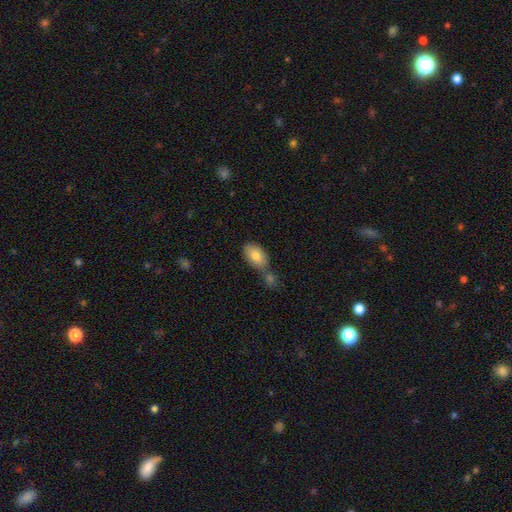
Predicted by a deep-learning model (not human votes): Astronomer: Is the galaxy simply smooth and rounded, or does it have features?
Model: smooth — 80%.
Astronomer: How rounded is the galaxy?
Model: in between — 91%.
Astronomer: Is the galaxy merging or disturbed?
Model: merger — 41%, tied with none at 41%.